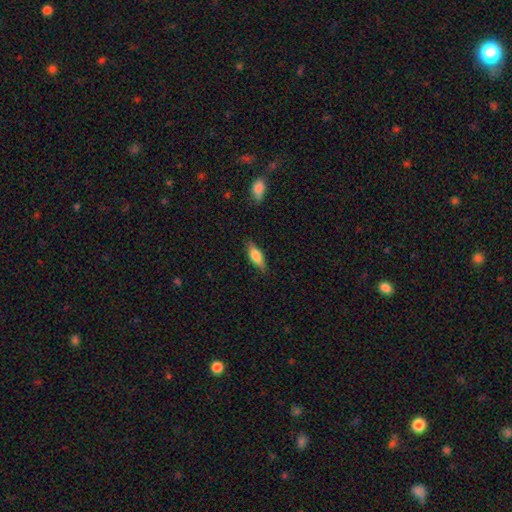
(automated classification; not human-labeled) smooth 72%, featured or disk 21%, star or artifact 7%. Down the decision tree: how rounded — in between (63%); merging — none (82%).